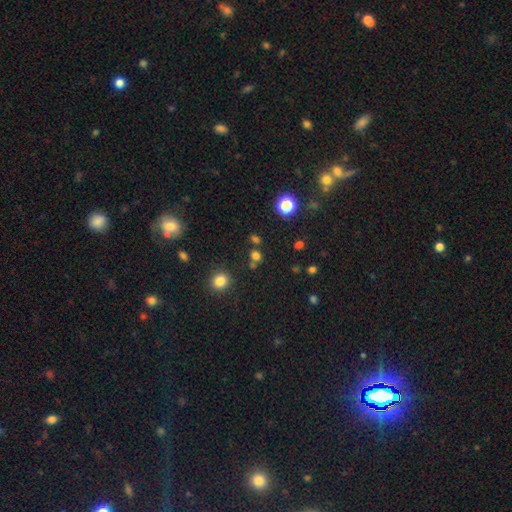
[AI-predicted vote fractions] Morphology: type=smooth (70%); roundness=round (77%); merging=none (65%).